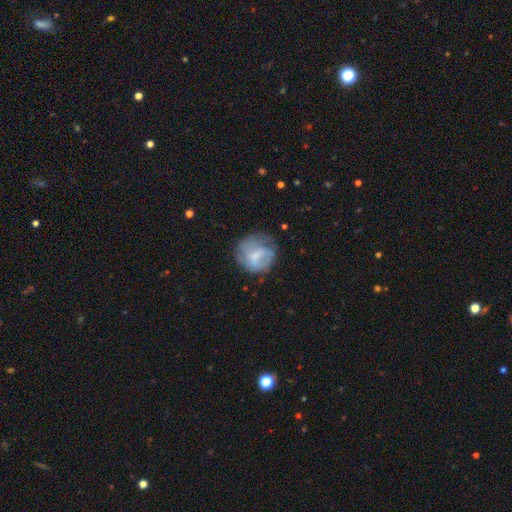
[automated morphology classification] Smooth or featured?
  - smooth: 54% *
  - featured or disk: 38%
  - star or artifact: 8%
How rounded?
  - round: 81% *
  - in between: 18%
  - cigar-shaped: 1%
Merging?
  - none: 54% *
  - minor disturbance: 27%
  - major disturbance: 18%
  - merger: 2%